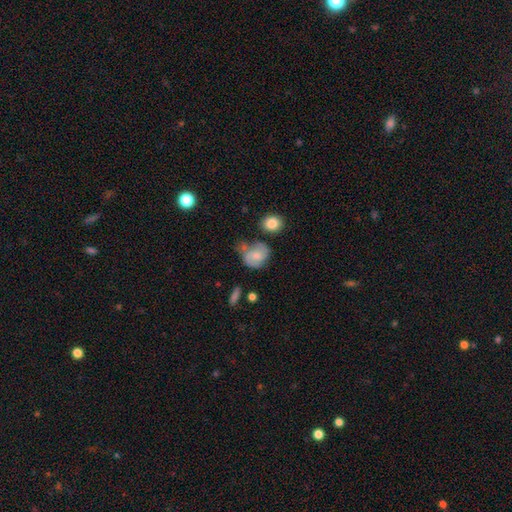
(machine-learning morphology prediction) This appears to be a smooth galaxy with no disk features (57%) that is round (54%). Merging: none (43%).